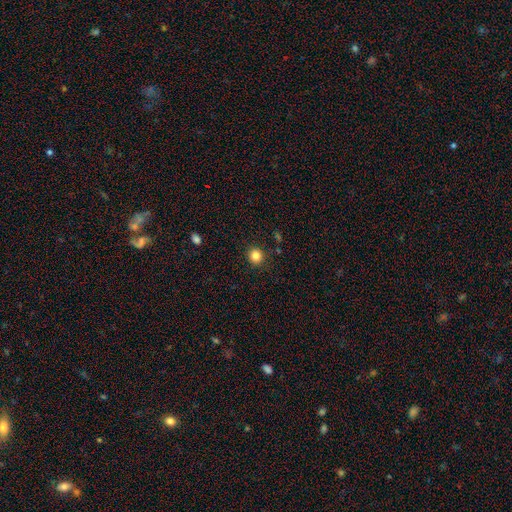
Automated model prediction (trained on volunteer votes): Smooth or featured? smooth (84%)
How rounded? round (89%)
Merging? none (90%)